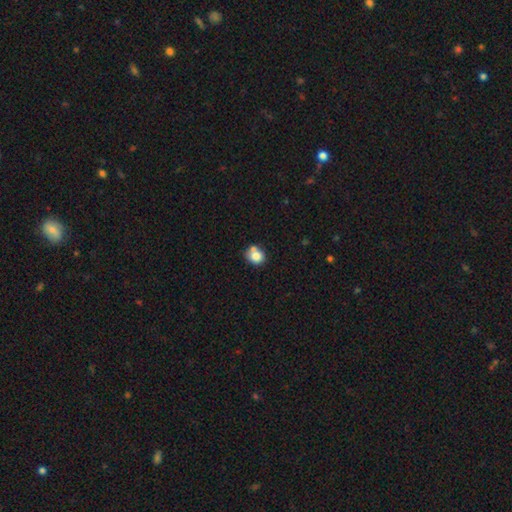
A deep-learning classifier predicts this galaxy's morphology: Smooth or featured? Predicted: smooth (p=0.79). How rounded? Predicted: round (p=0.71). Merging? Predicted: none (p=0.54).